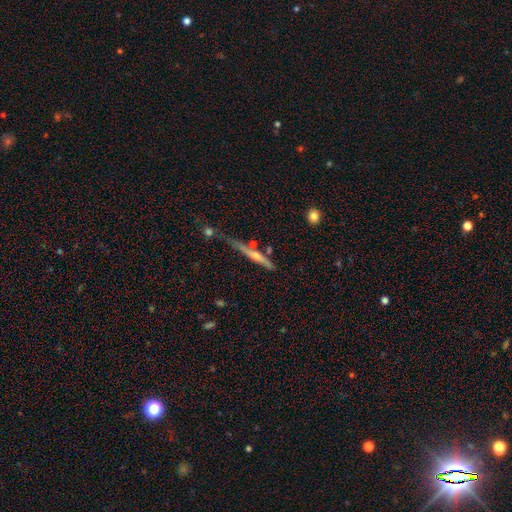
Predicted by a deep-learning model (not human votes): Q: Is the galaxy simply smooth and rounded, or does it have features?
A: featured or disk — 59%.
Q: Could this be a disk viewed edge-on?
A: yes — 92%.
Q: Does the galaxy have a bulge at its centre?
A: rounded — 68%.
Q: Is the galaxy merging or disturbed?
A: none — 53%.